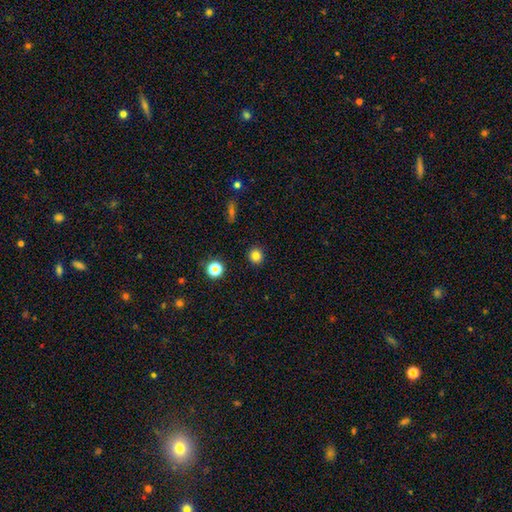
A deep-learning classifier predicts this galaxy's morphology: smooth_or_featured: smooth (p=0.83) [alt: star or artifact p=0.13]
how_rounded: round (p=0.91) [alt: in between p=0.08]
merging: none (p=0.91) [alt: minor disturbance p=0.05]